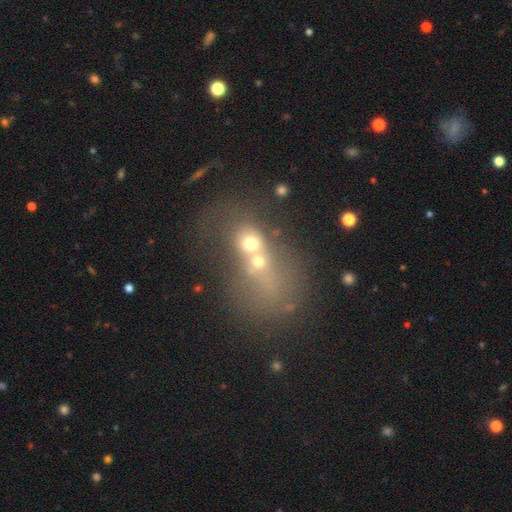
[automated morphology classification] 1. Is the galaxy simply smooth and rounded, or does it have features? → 43% smooth, 33% featured or disk, 25% star or artifact.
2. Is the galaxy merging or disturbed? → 73% merger, 14% none, 8% major disturbance, 5% minor disturbance.